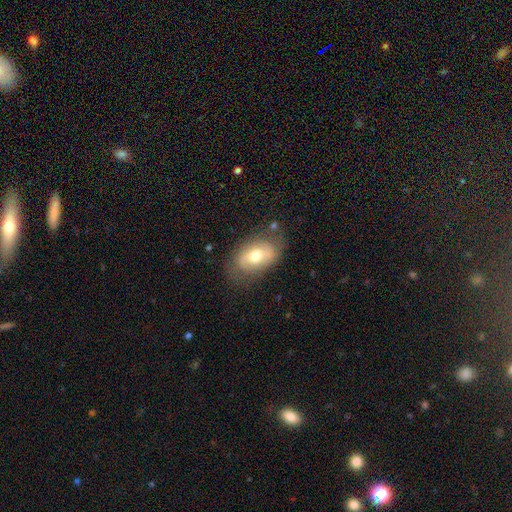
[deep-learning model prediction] Morphology: type=smooth (57%); roundness=in between (88%); merging=none (72%).